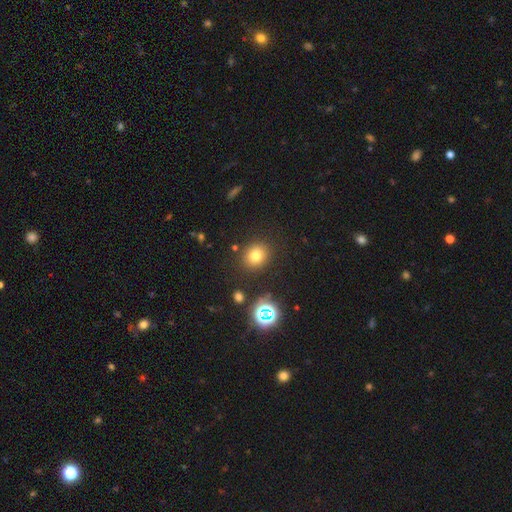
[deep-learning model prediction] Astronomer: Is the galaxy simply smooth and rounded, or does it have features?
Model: smooth — 73%.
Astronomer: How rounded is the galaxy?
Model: round — 77%.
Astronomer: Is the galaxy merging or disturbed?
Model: none — 86%.